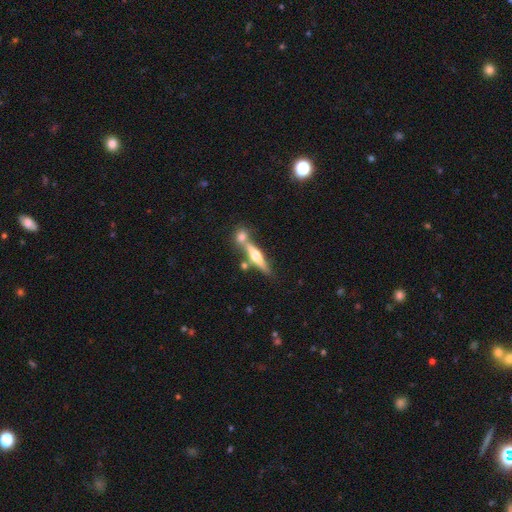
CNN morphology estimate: Smooth or featured: featured or disk — 64% (smooth — 30%)
Edge-on disk: yes — 94% (no — 6%)
Edge-on bulge: rounded — 93% (boxy — 4%)
Merging: none — 56% (merger — 30%)